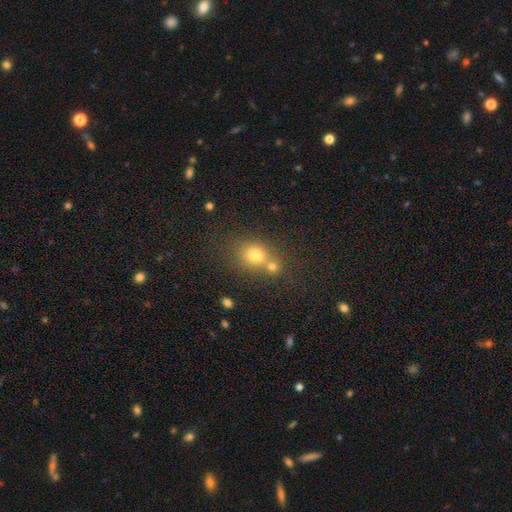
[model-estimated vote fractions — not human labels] A smooth galaxy with no disk features (73%) that is round (57%). Merging: none (46%).